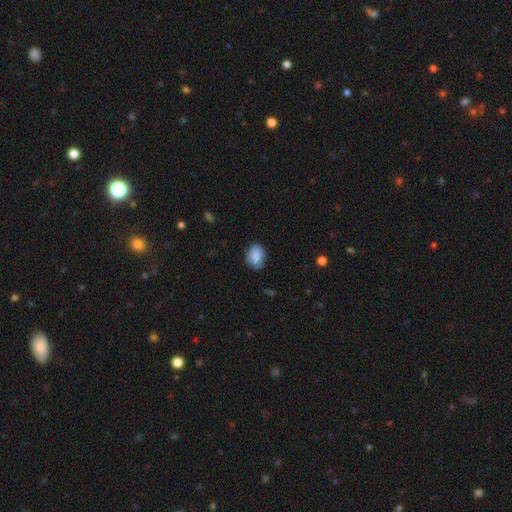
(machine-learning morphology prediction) This is clearly a smooth galaxy (86%). How rounded: likely in between (60%). Merging: clearly none (80%).